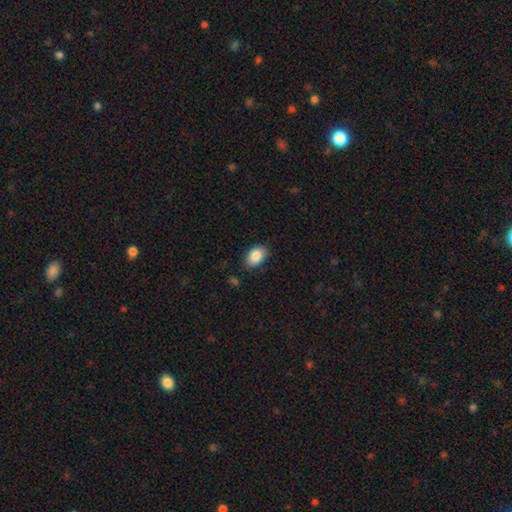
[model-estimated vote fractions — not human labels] Smooth or featured?
  - smooth: 87% *
  - star or artifact: 7%
  - featured or disk: 5%
How rounded?
  - in between: 85% *
  - round: 14%
  - cigar-shaped: 1%
Merging?
  - none: 84% *
  - minor disturbance: 12%
  - major disturbance: 3%
  - merger: 1%